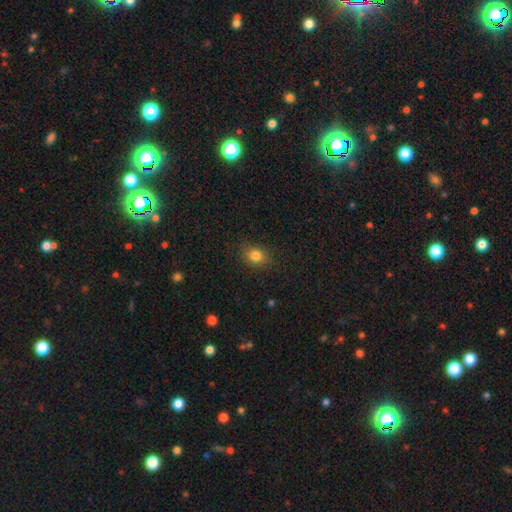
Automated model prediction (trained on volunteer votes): Morphology: type=smooth (82%); roundness=round (53%); merging=none (84%).